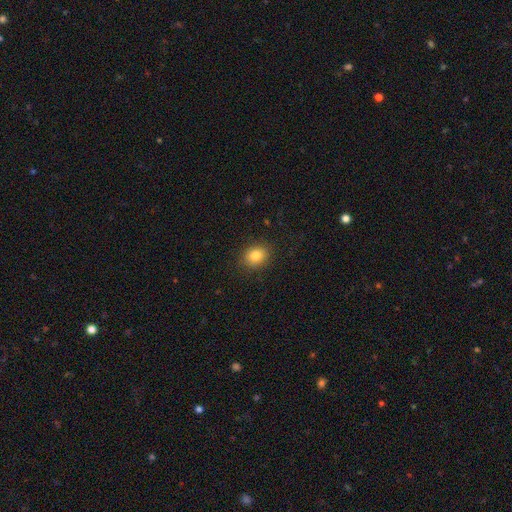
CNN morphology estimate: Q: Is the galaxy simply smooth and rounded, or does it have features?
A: smooth — 82%.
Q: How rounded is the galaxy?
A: round — 57%.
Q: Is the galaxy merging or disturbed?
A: none — 89%.